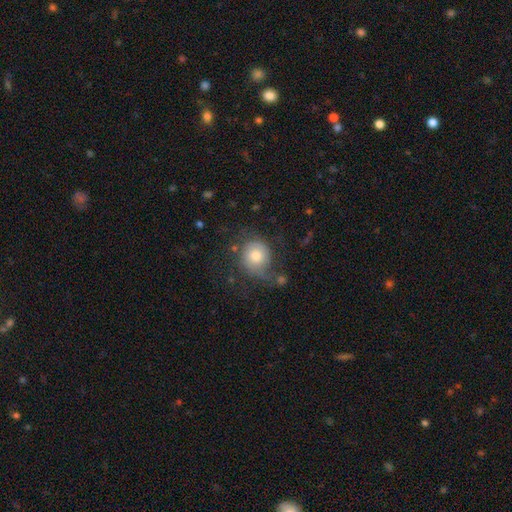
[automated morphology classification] Overall: smooth (66%). How rounded: round (79%). Merging: none (52%; minor disturbance 25%).